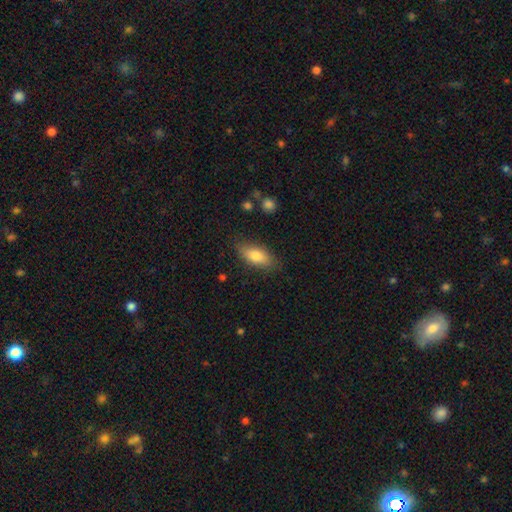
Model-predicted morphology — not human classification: A smooth galaxy with no disk features (79%) that is in between round and cigar-shaped (83%). Merging: none (79%).